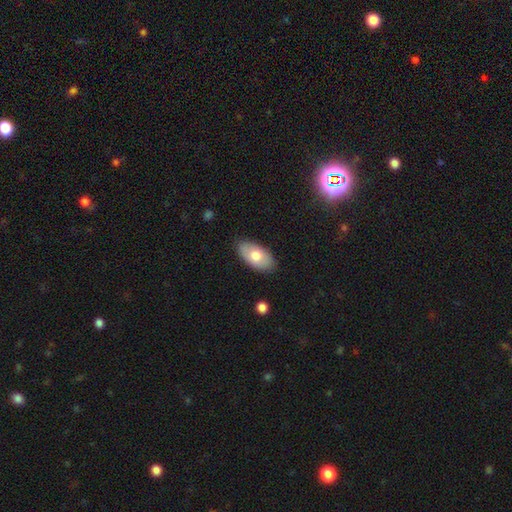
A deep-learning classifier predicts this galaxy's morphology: Smooth or featured?
  - smooth: 70% *
  - featured or disk: 24%
  - star or artifact: 6%
How rounded?
  - in between: 95% *
  - round: 3%
  - cigar-shaped: 2%
Merging?
  - none: 84% *
  - minor disturbance: 13%
  - major disturbance: 2%
  - merger: 1%